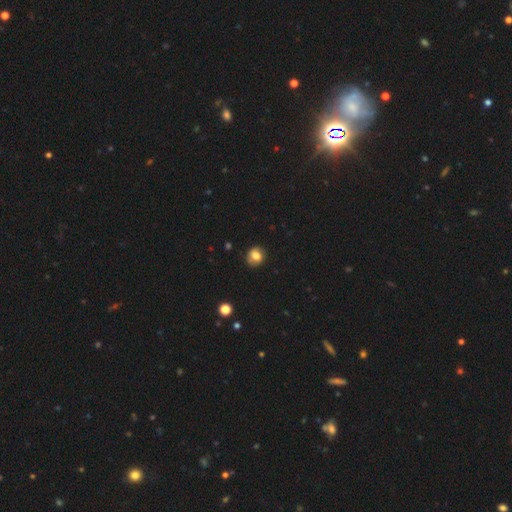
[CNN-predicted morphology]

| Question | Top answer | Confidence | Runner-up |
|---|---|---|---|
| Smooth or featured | smooth | 76% | featured or disk (14%) |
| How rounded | round | 75% | in between (24%) |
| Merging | none | 83% | minor disturbance (13%) |